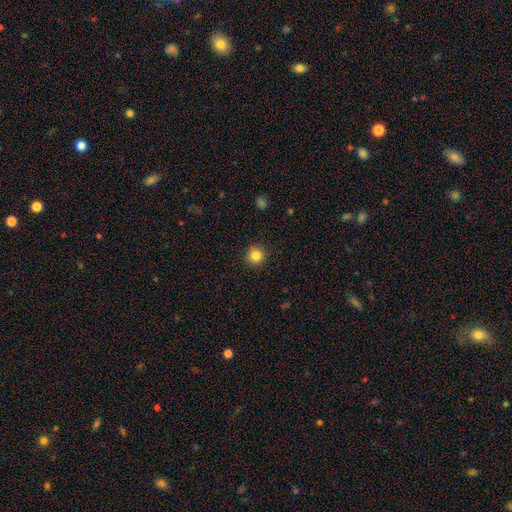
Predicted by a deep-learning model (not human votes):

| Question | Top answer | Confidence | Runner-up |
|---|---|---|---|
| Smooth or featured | smooth | 83% | star or artifact (11%) |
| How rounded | round | 94% | in between (5%) |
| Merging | none | 90% | minor disturbance (7%) |